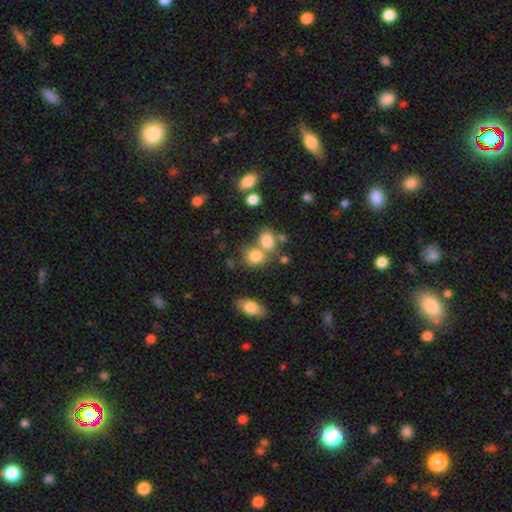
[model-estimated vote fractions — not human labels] This appears to be a smooth galaxy with no disk features (80%) that is round (57%). Merging: none (45%).